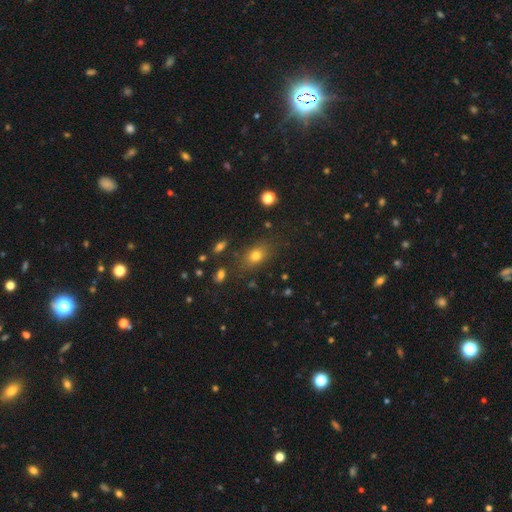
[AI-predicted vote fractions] Smooth or featured: smooth — 76% (star or artifact — 14%)
How rounded: in between — 71% (round — 26%)
Merging: none — 80% (minor disturbance — 13%)